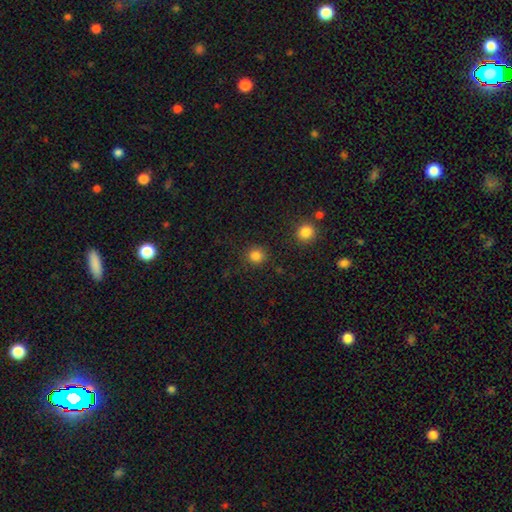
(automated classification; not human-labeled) Smooth or featured?
  - smooth: 84% *
  - star or artifact: 12%
  - featured or disk: 4%
How rounded?
  - round: 88% *
  - in between: 11%
  - cigar-shaped: 1%
Merging?
  - none: 87% *
  - minor disturbance: 8%
  - major disturbance: 3%
  - merger: 3%